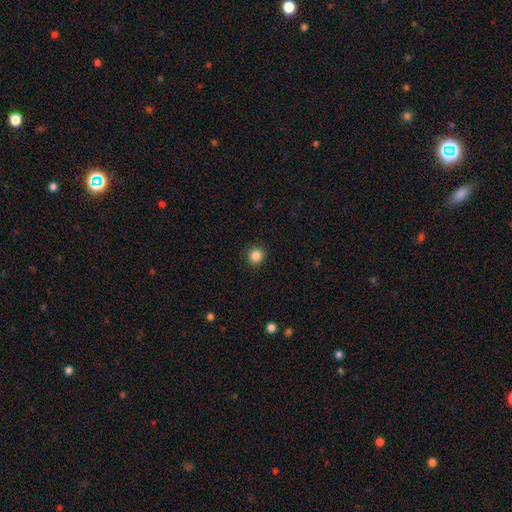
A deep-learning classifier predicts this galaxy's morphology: smooth_or_featured: smooth (p=0.85) [alt: star or artifact p=0.11]
how_rounded: round (p=0.91) [alt: in between p=0.08]
merging: none (p=0.91) [alt: minor disturbance p=0.06]